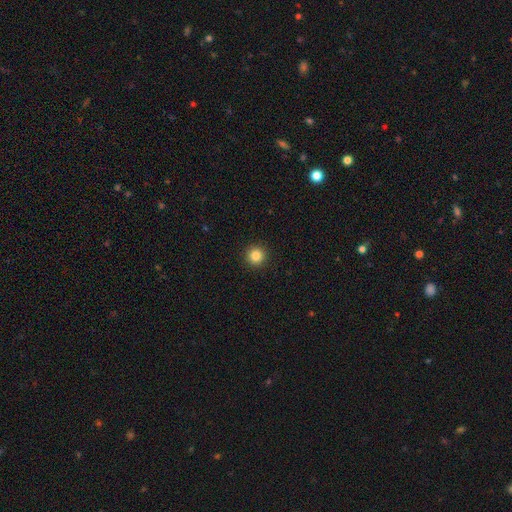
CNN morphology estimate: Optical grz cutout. It shows a smooth galaxy with no disk features (85%) that is round (96%). Merging: none (93%).